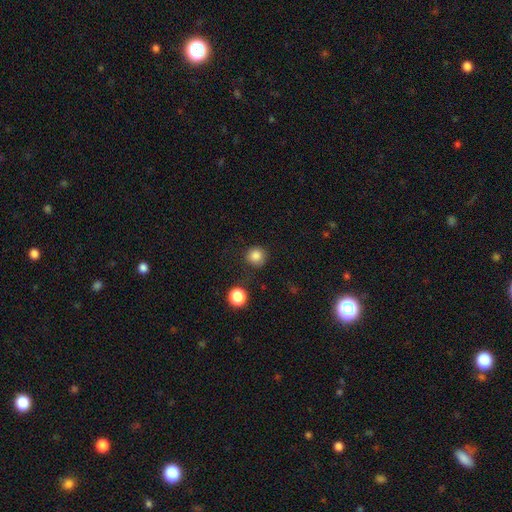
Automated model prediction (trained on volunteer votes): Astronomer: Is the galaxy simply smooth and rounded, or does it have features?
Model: smooth — 84%.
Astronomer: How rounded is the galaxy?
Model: round — 93%.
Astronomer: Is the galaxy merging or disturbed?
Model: none — 85%.